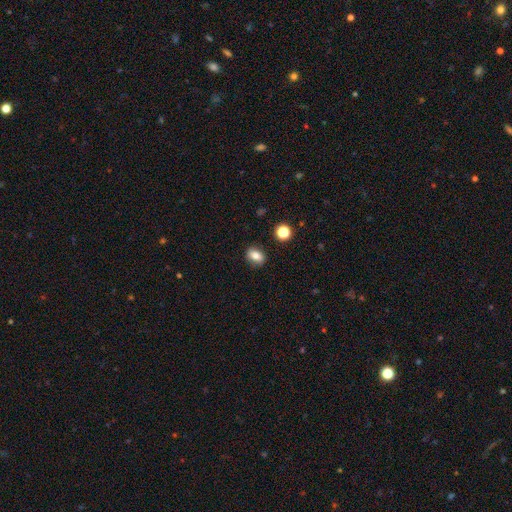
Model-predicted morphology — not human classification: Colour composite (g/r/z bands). It shows a smooth galaxy with no disk features (78%) that is in between round and cigar-shaped (67%). Merging: none (86%).